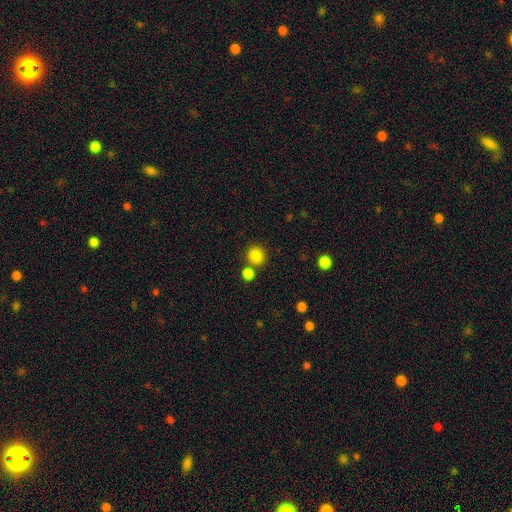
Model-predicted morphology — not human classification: smooth 85%, star or artifact 11%, featured or disk 4%. Down the decision tree: how rounded — round (85%); merging — none (72%).